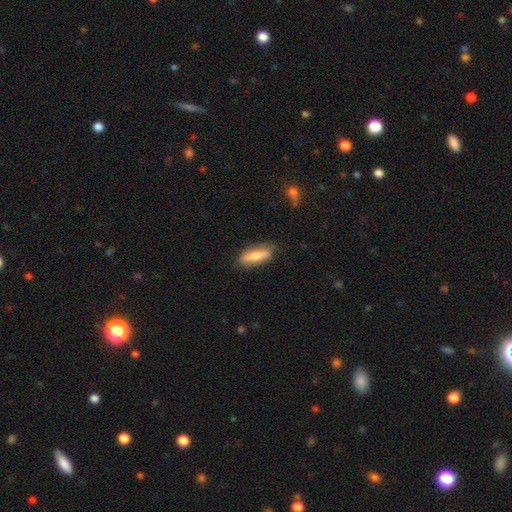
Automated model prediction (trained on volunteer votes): smooth-or-featured: smooth: 70% | featured or disk: 24% | star or artifact: 6%
  how-rounded: in between: 51% | cigar-shaped: 47% | round: 2%
  merging: none: 78% | minor disturbance: 17% | major disturbance: 4% | merger: 2%